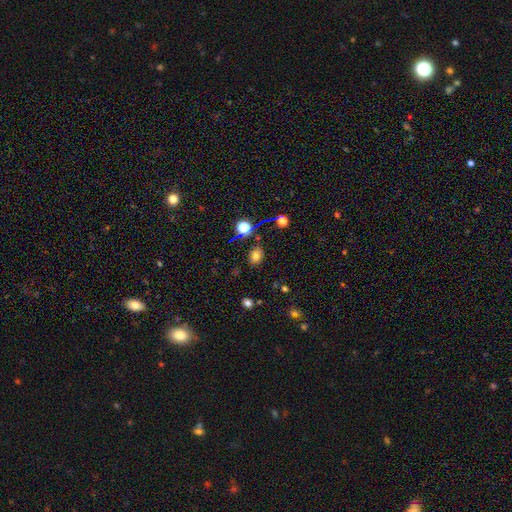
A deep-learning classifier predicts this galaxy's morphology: This is likely a smooth galaxy (72%). How rounded: possibly in between (57%). Merging: clearly none (82%).